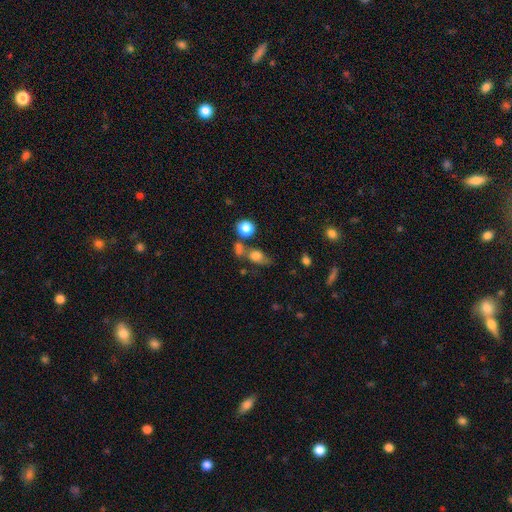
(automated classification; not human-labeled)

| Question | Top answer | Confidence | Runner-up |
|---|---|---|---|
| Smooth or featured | smooth | 67% | featured or disk (18%) |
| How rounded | in between | 58% | round (36%) |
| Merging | none | 40% | merger (23%) |